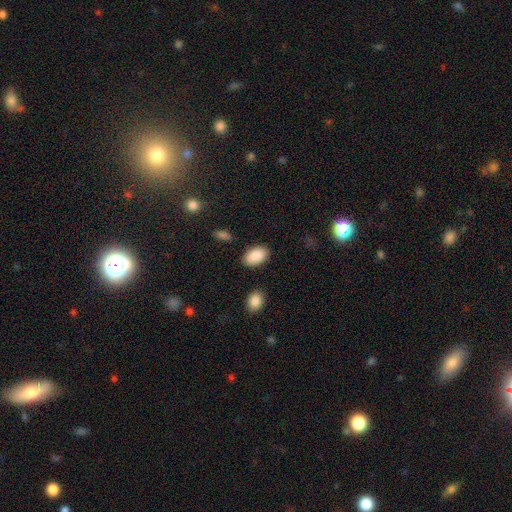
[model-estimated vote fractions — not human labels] A smooth galaxy with no disk features (89%) that is in between round and cigar-shaped (93%).

Vote fractions:
- Smooth or featured? smooth: 89% / star or artifact: 6% / featured or disk: 4%
- How rounded? in between: 93% / round: 6% / cigar-shaped: 1%
- Merging? none: 84% / minor disturbance: 11% / major disturbance: 3% / merger: 2%